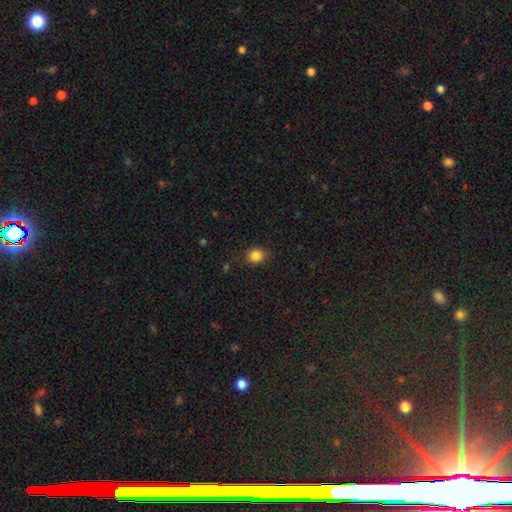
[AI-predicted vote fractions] smooth_or_featured: smooth (p=0.85) [alt: star or artifact p=0.11]
how_rounded: round (p=0.70) [alt: in between p=0.29]
merging: none (p=0.86) [alt: minor disturbance p=0.10]